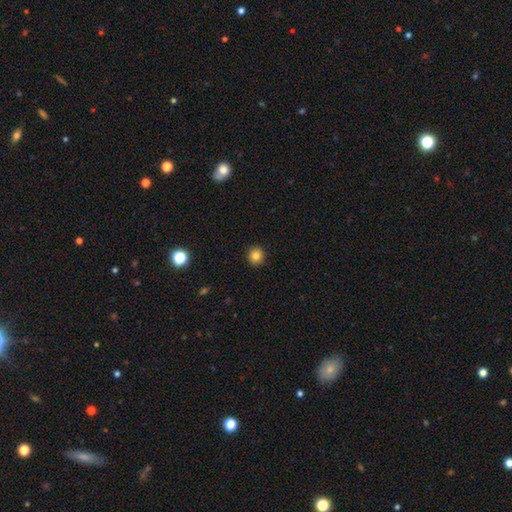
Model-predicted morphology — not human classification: A smooth galaxy with no disk features (83%) that is round (88%). Merging: none (92%).